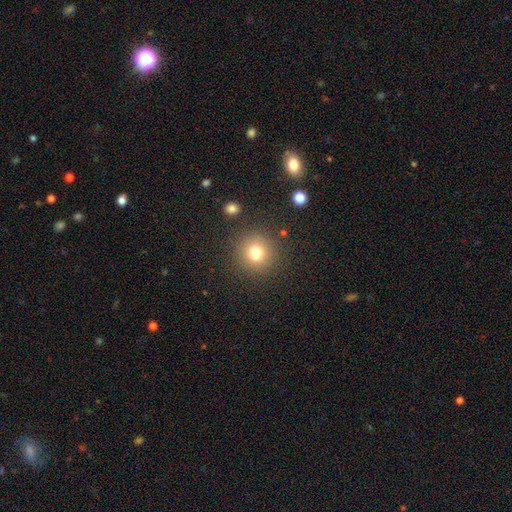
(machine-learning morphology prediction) This is likely a smooth galaxy (75%). How rounded: clearly round (89%). Merging: likely none (80%).